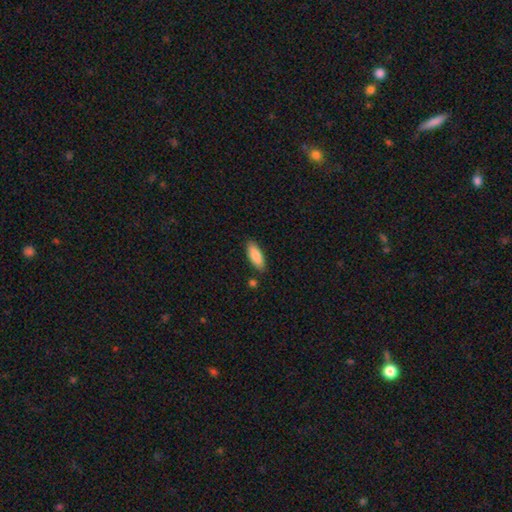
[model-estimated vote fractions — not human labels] Smooth or featured: smooth — 86% (featured or disk — 9%)
How rounded: in between — 71% (cigar-shaped — 27%)
Merging: none — 84% (minor disturbance — 11%)